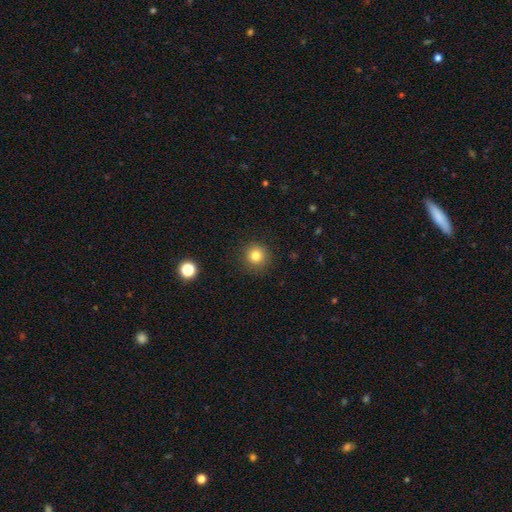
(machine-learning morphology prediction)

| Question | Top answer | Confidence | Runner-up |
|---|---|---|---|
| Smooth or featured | smooth | 81% | star or artifact (12%) |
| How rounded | round | 94% | in between (5%) |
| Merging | none | 90% | minor disturbance (7%) |